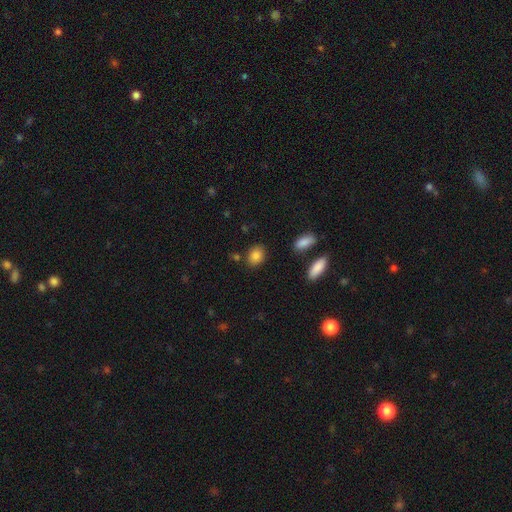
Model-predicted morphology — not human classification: Smooth or featured? Predicted: smooth (p=0.85). How rounded? Predicted: in between (p=0.63). Merging? Predicted: none (p=0.82).